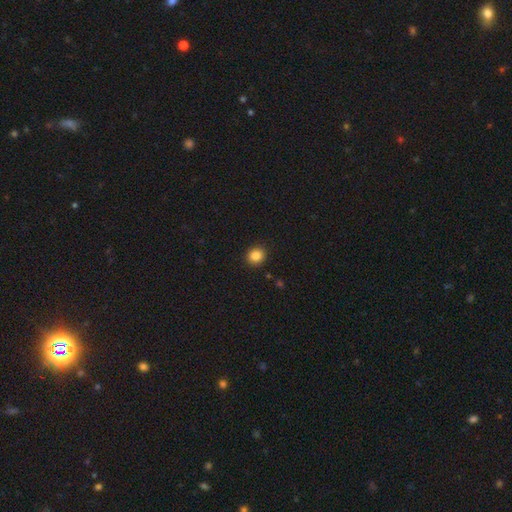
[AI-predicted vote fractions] The model was most divided on "how rounded": round: 84%, in between: 15%, cigar-shaped: 1%. More confident: merging — none (91%); smooth or featured — smooth (86%).